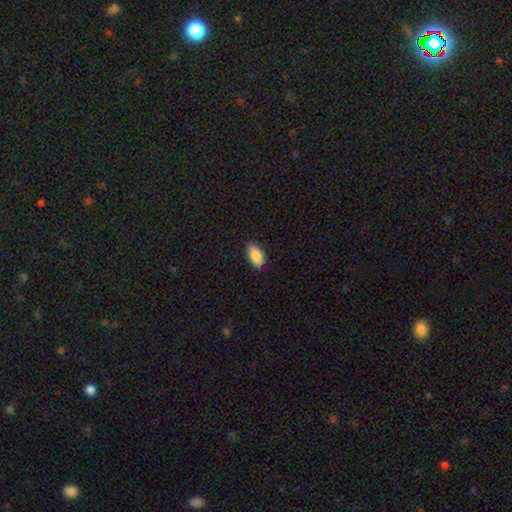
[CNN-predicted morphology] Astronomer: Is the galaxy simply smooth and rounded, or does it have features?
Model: smooth — 88%.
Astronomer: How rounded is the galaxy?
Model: in between — 93%.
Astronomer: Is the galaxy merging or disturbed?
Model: none — 84%.